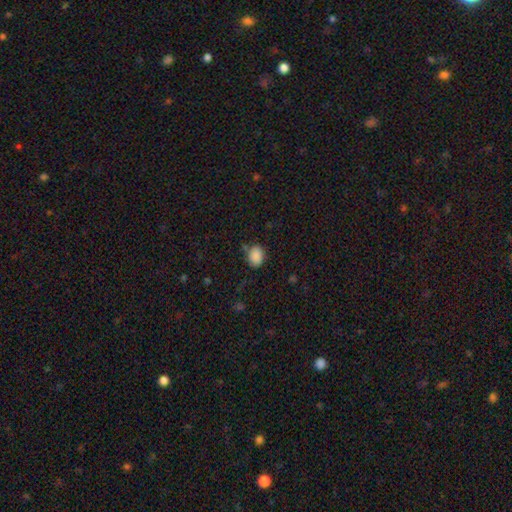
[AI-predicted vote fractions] Overall: smooth (87%). How rounded: in between (59%; round 40%). Merging: none (72%).